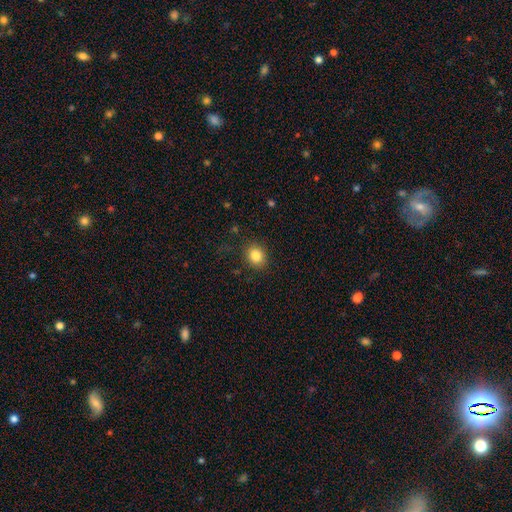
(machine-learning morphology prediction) Smooth or featured: smooth — 84% (star or artifact — 10%)
How rounded: round — 66% (in between — 33%)
Merging: none — 86% (minor disturbance — 9%)